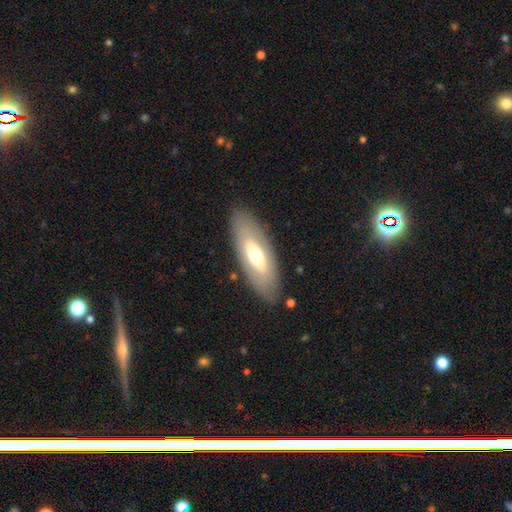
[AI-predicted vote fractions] The model was most divided on "smooth or featured": smooth: 52%, featured or disk: 42%, star or artifact: 6%. More confident: merging — none (85%); how rounded — in between (73%).